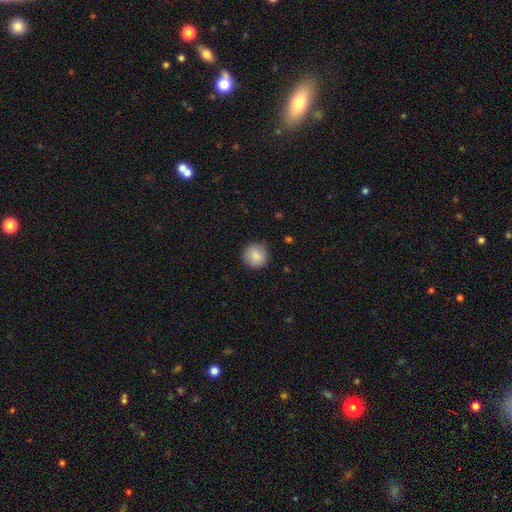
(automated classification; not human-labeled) Smooth or featured?
  - smooth: 87% *
  - star or artifact: 8%
  - featured or disk: 6%
How rounded?
  - round: 94% *
  - in between: 5%
  - cigar-shaped: 1%
Merging?
  - none: 87% *
  - minor disturbance: 10%
  - major disturbance: 2%
  - merger: 1%